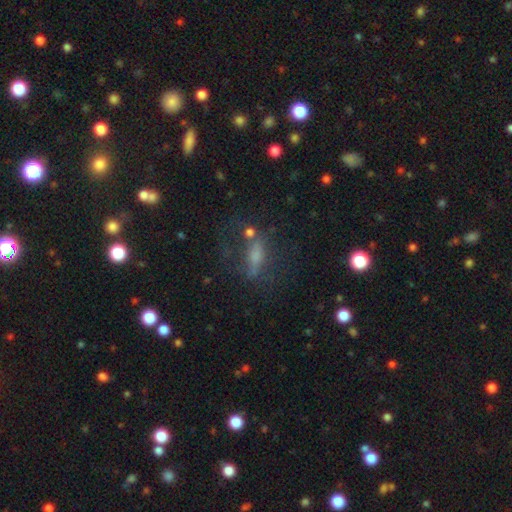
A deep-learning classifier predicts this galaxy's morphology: smooth 47%, featured or disk 35%, star or artifact 19%. Down the decision tree: merging — none (54%).